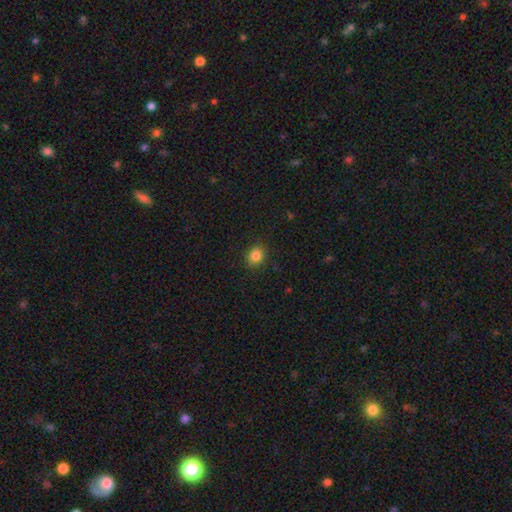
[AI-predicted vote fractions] Smooth or featured?
  - smooth: 85% *
  - star or artifact: 10%
  - featured or disk: 4%
How rounded?
  - round: 65% *
  - in between: 34%
  - cigar-shaped: 1%
Merging?
  - none: 88% *
  - minor disturbance: 8%
  - major disturbance: 2%
  - merger: 1%